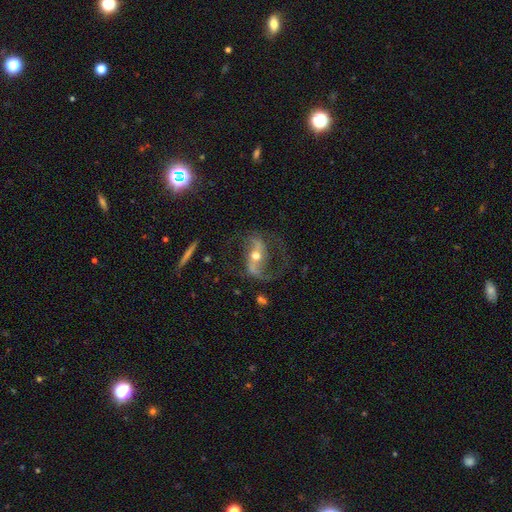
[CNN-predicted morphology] Smooth or featured? featured or disk (87%)
Edge-on disk? no (96%)
Bar? strong (44%)
Spiral arms? yes (94%)
Spiral winding? loose (51%)
Spiral arm count? 2 (88%)
Bulge size? moderate (69%)
Merging? none (63%)